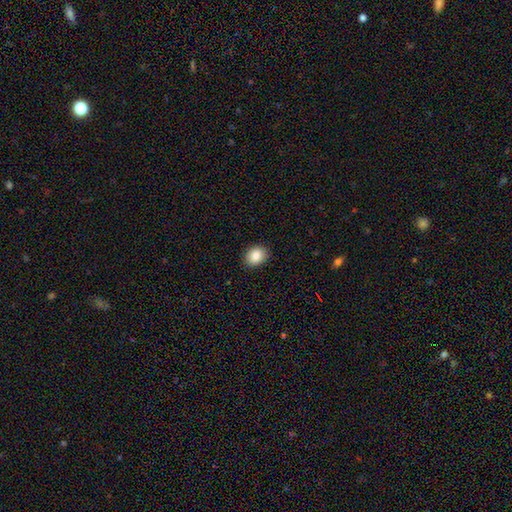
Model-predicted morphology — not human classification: Smooth or featured? smooth (85%)
How rounded? in between (54%)
Merging? none (90%)